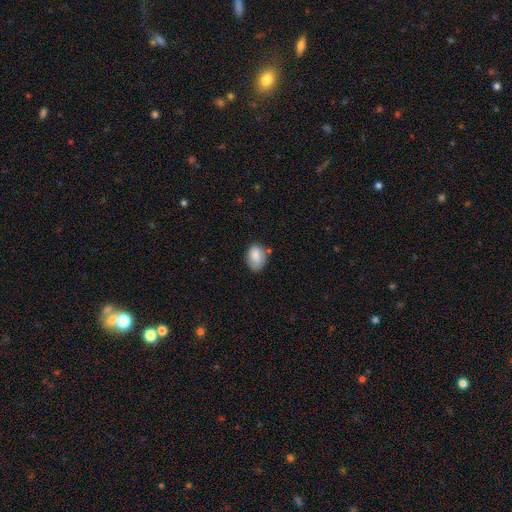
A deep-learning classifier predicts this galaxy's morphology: type=smooth (85%); roundness=in between (79%); merging=none (62%).